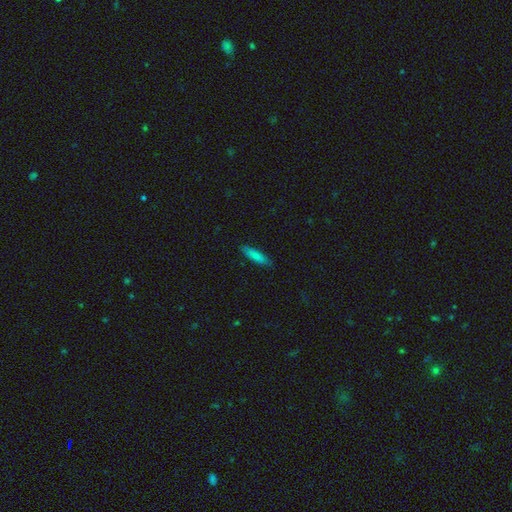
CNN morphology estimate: smooth 81%, featured or disk 13%, star or artifact 7%. Down the decision tree: how rounded — cigar-shaped (76%); merging — none (88%).